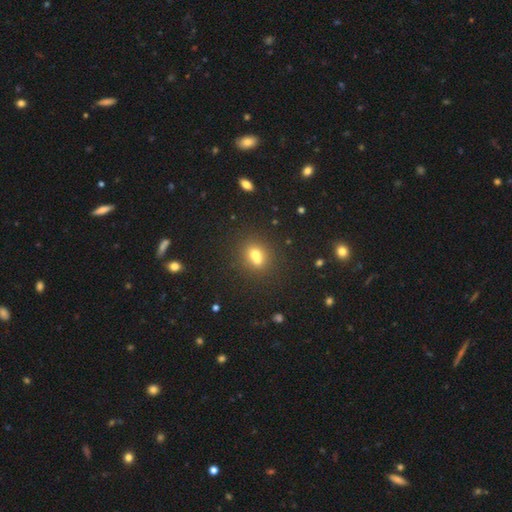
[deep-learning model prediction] smooth_or_featured: smooth (p=0.66) [alt: featured or disk p=0.18]
how_rounded: round (p=0.65) [alt: in between p=0.34]
merging: merger (p=0.49) [alt: none p=0.39]